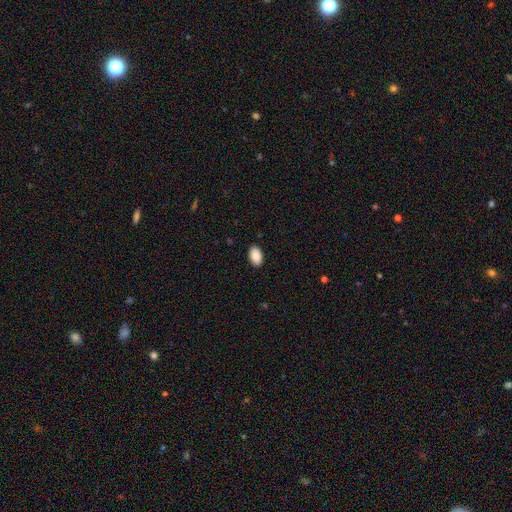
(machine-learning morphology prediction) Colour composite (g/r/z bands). It shows a smooth galaxy with no disk features (90%) that is in between round and cigar-shaped (93%). Merging: none (89%).